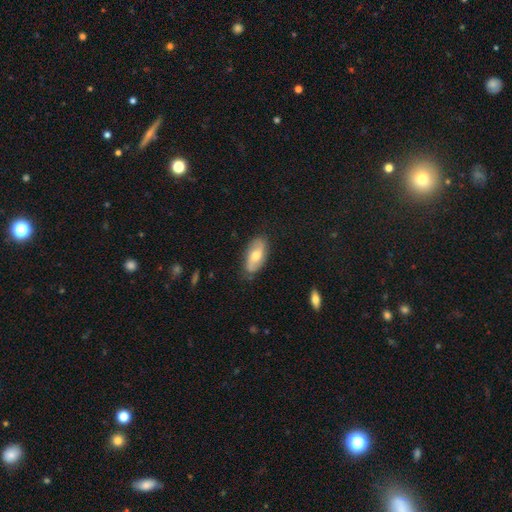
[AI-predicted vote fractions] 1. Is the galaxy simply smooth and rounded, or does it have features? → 50% featured or disk, 44% smooth, 6% star or artifact.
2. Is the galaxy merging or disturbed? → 80% none, 15% minor disturbance, 3% major disturbance, 1% merger.